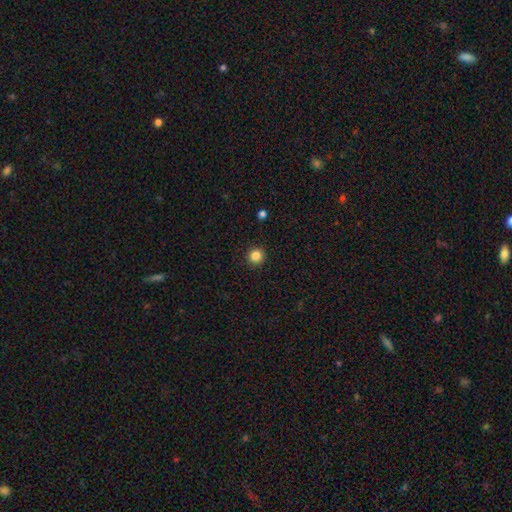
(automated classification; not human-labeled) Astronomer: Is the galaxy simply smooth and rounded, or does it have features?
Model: smooth — 85%.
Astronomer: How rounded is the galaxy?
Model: round — 95%.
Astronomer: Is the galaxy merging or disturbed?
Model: none — 93%.